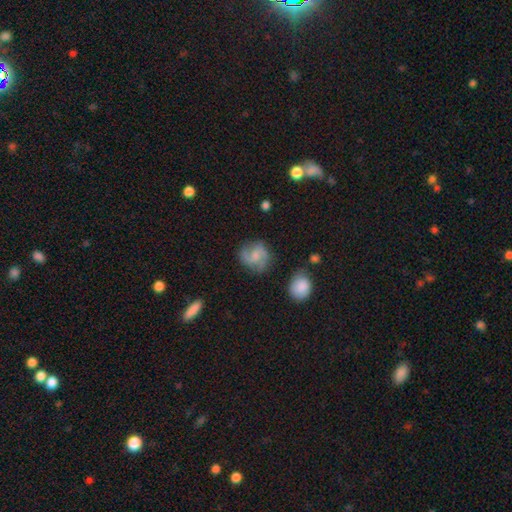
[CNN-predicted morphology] Smooth or featured? featured or disk (65%)
Edge-on disk? no (98%)
Bar? no (47%)
Spiral arms? yes (93%)
Spiral winding? medium (52%)
Spiral arm count? 2 (81%)
Bulge size? small (36%)
Merging? none (72%)